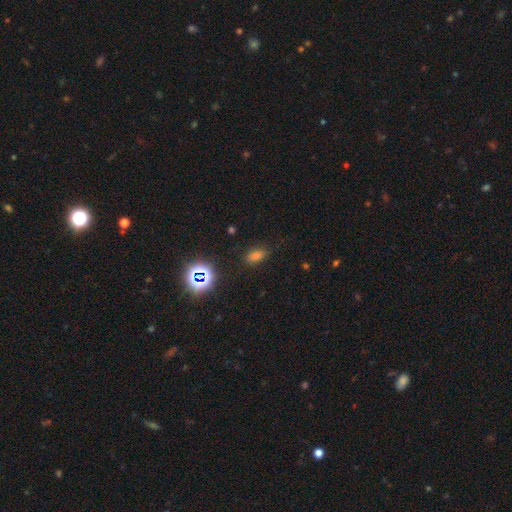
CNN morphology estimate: The model was most divided on "smooth or featured": smooth: 66%, star or artifact: 27%, featured or disk: 7%. More confident: merging — none (83%); how rounded — in between (83%).